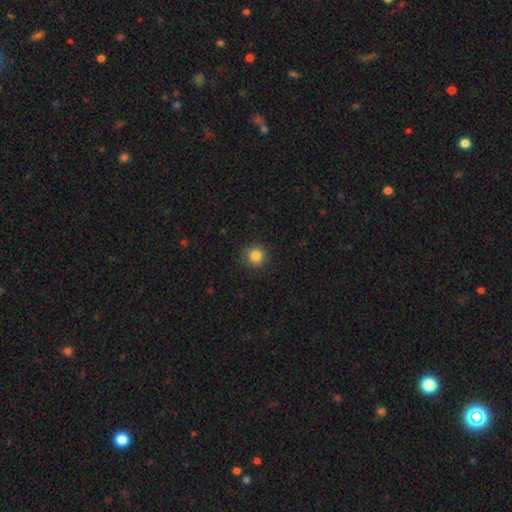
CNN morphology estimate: This appears to be a smooth galaxy with no disk features (84%) that is round (94%). Merging: none (89%).